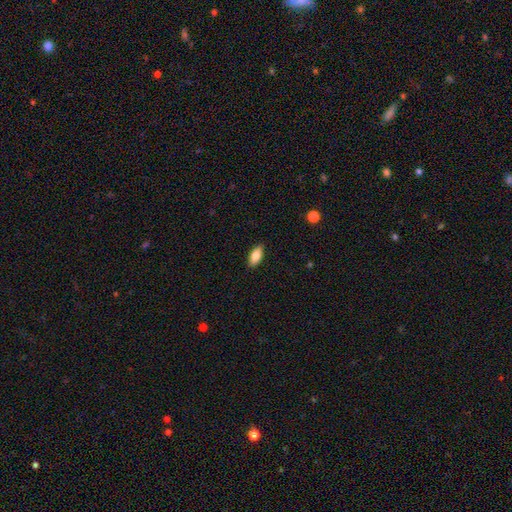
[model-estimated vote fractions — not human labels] Q: Smooth or featured?
A: smooth (82%); runner-up: featured or disk (11%)
Q: How rounded?
A: in between (88%); runner-up: cigar-shaped (10%)
Q: Merging?
A: none (88%); runner-up: minor disturbance (9%)